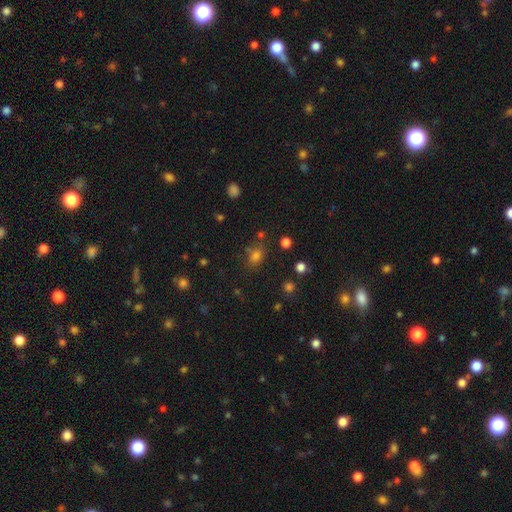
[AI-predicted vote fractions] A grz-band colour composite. It shows a smooth galaxy with no disk features (72%) that is in between round and cigar-shaped (56%). Merging: none (69%).